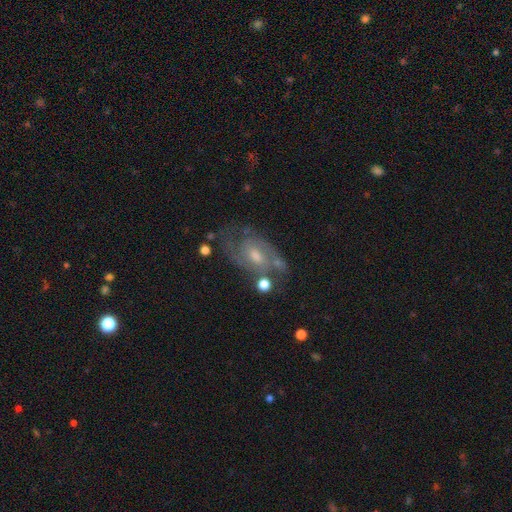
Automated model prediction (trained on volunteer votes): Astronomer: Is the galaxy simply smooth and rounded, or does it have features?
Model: featured or disk — 75%.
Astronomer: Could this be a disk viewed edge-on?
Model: no — 95%.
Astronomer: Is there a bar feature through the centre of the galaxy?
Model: no — 49% (runner-up: weak, 43%).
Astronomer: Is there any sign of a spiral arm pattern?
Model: yes — 86%.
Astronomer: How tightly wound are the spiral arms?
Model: medium — 46% (runner-up: tight, 37%).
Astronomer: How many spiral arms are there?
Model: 2 — 63%.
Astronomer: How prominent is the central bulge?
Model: moderate — 54% (runner-up: small, 35%).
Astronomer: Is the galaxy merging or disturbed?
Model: none — 58%.